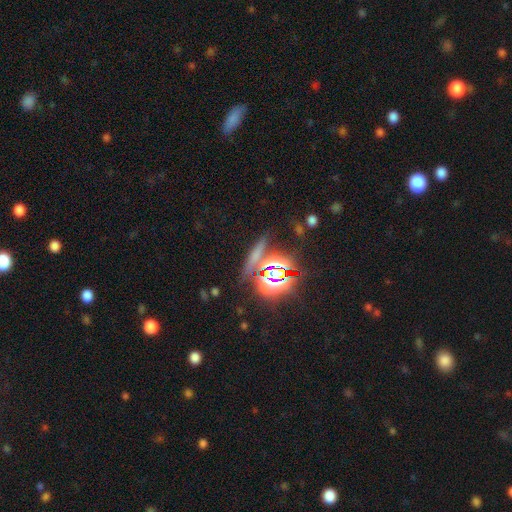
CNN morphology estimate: type=star or artifact (48%).